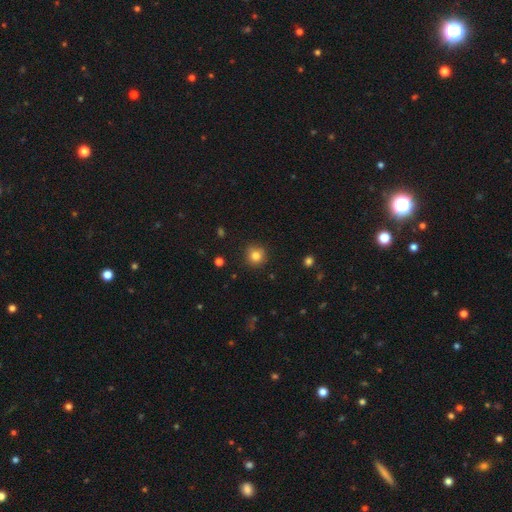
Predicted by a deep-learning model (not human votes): This appears to be a smooth galaxy with no disk features (83%) that is round (93%). Merging: none (89%).